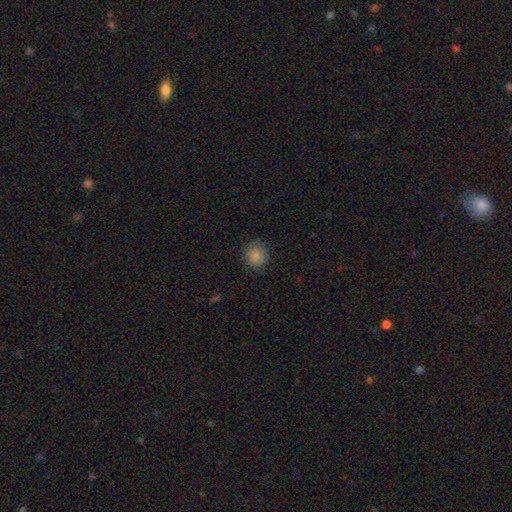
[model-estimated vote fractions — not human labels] A smooth galaxy with no disk features (86%) that is round (89%). Merging: none (86%).